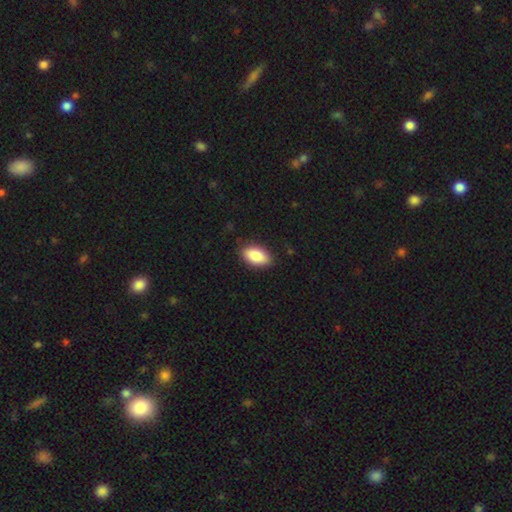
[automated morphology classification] type=smooth (87%); roundness=in between (92%); merging=none (85%).